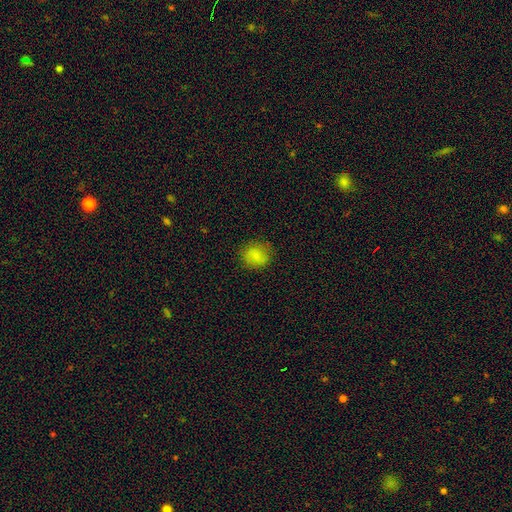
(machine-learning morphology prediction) Q: Smooth or featured?
A: smooth (80%); runner-up: featured or disk (10%)
Q: How rounded?
A: round (80%); runner-up: in between (19%)
Q: Merging?
A: none (82%); runner-up: minor disturbance (13%)